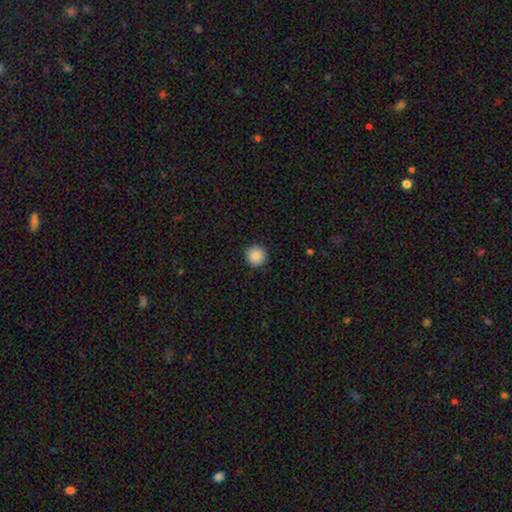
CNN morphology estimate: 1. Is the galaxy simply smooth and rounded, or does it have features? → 88% smooth, 9% star or artifact, 3% featured or disk.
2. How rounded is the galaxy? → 96% round, 3% in between, 1% cigar-shaped.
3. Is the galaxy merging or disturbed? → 93% none, 5% minor disturbance, 2% major disturbance, 1% merger.